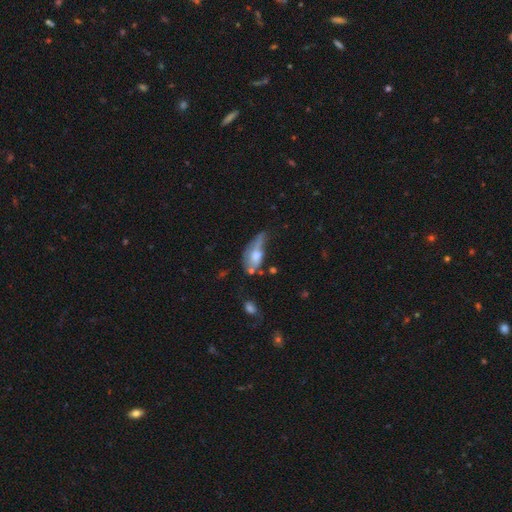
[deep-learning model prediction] A smooth galaxy with no disk features (55%) that is in between round and cigar-shaped (80%). Merging: major disturbance (38%).